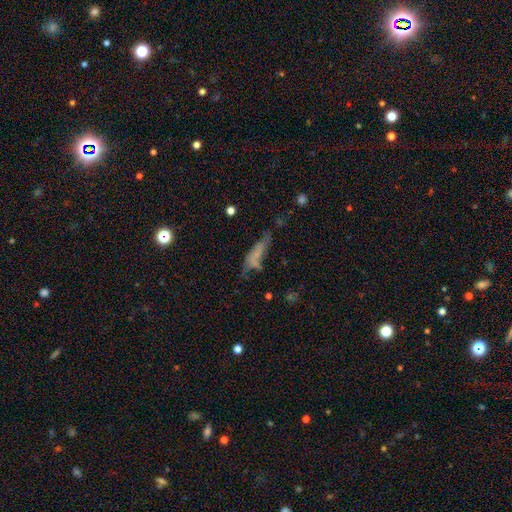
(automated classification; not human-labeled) smooth 51%, featured or disk 35%, star or artifact 14%. Down the decision tree: how rounded — cigar-shaped (59%); merging — none (38%).